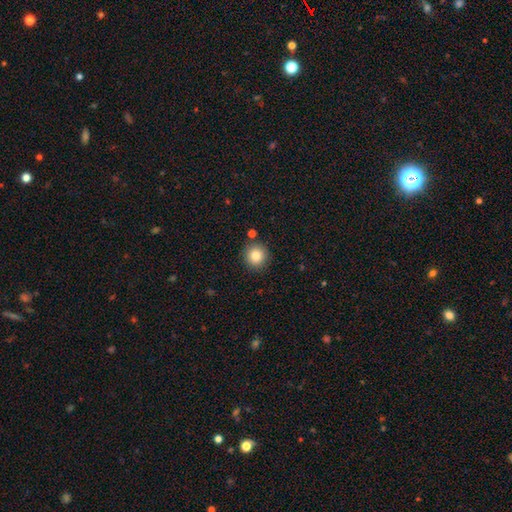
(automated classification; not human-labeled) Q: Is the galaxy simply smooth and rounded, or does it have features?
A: smooth — 83%.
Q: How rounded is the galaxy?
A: round — 94%.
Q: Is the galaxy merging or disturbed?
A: none — 86%.